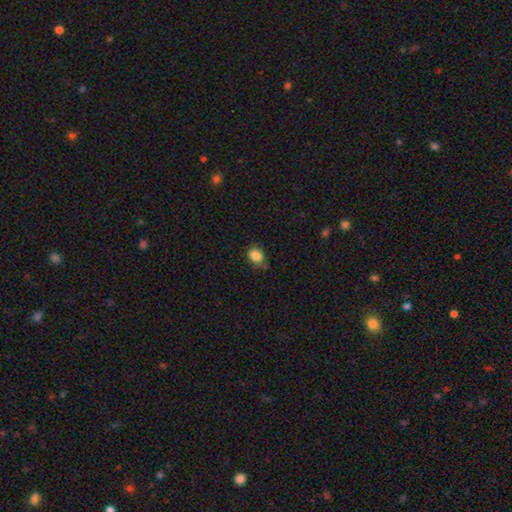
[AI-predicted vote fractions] Q: Smooth or featured?
A: smooth (86%); runner-up: star or artifact (10%)
Q: How rounded?
A: in between (51%); runner-up: round (48%)
Q: Merging?
A: none (73%); runner-up: minor disturbance (18%)